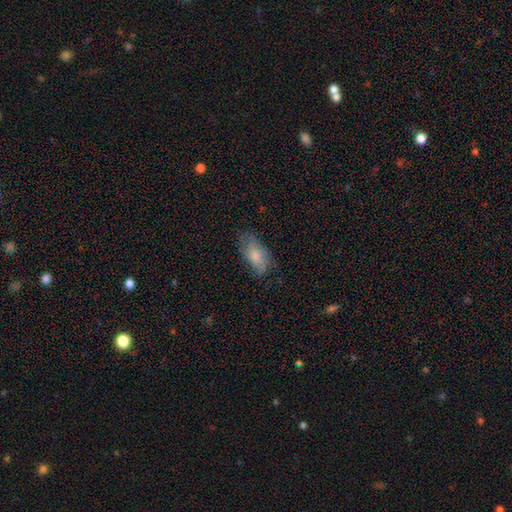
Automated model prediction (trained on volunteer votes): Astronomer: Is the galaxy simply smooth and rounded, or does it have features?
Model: smooth — 71%.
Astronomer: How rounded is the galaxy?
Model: in between — 89%.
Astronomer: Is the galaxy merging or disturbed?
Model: none — 64%.